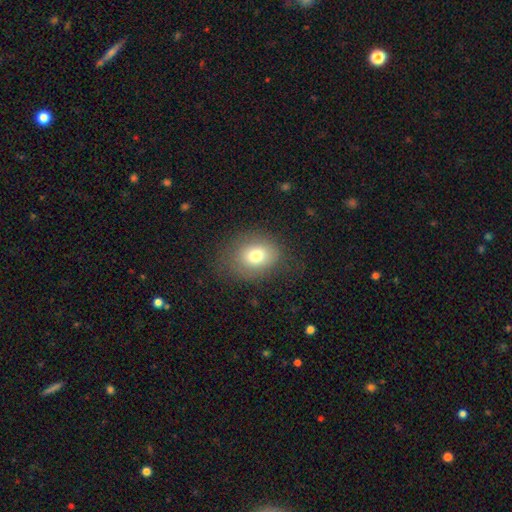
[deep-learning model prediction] This appears to be a smooth galaxy with no disk features (76%) that is in between round and cigar-shaped (52%). Merging: none (71%).